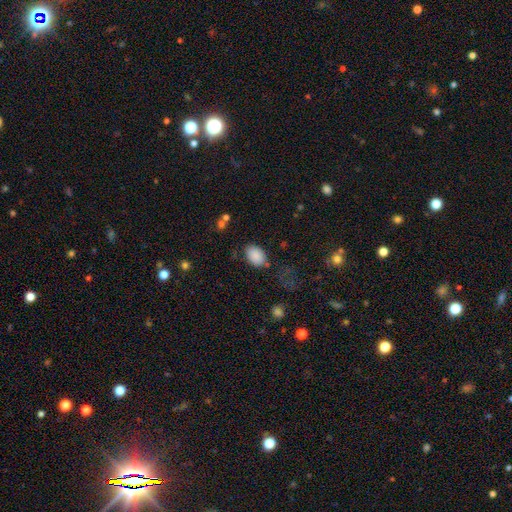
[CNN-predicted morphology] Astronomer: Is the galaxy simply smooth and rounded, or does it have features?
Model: smooth — 87%.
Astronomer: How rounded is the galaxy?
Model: in between — 86%.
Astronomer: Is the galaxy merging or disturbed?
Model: none — 76%.